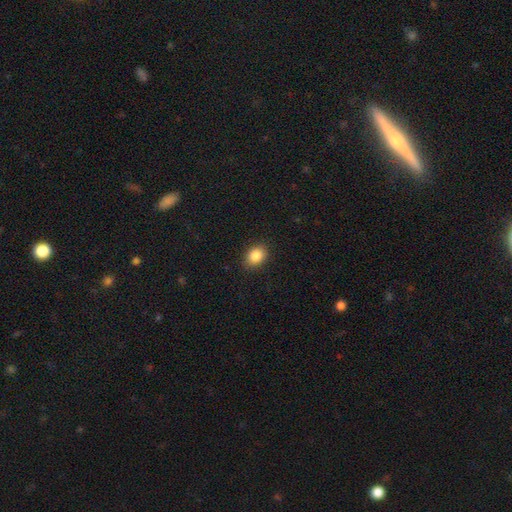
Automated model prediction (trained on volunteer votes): smooth-or-featured: smooth: 85% | star or artifact: 9% | featured or disk: 6%
  how-rounded: in between: 62% | round: 37% | cigar-shaped: 1%
  merging: none: 89% | minor disturbance: 8% | major disturbance: 2% | merger: 1%